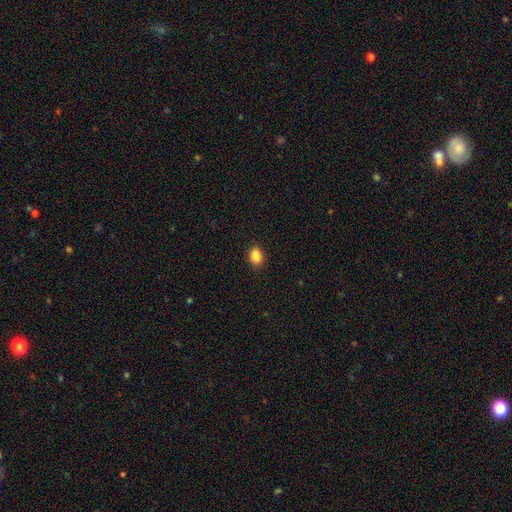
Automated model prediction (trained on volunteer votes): Smooth or featured: smooth — 87% (star or artifact — 9%)
How rounded: in between — 73% (round — 25%)
Merging: none — 88% (minor disturbance — 8%)